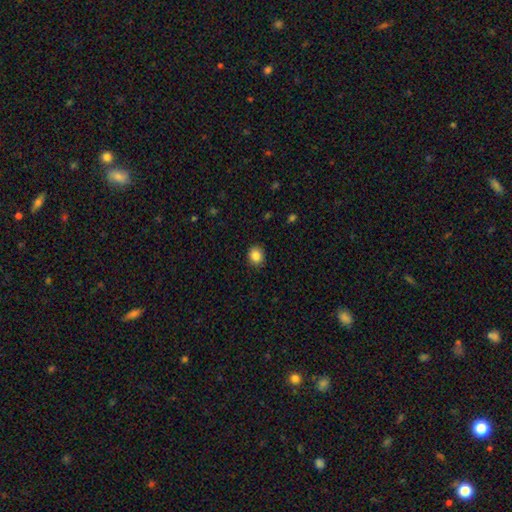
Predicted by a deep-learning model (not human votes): This is clearly a smooth galaxy (85%). How rounded: likely round (69%). Merging: clearly none (90%).